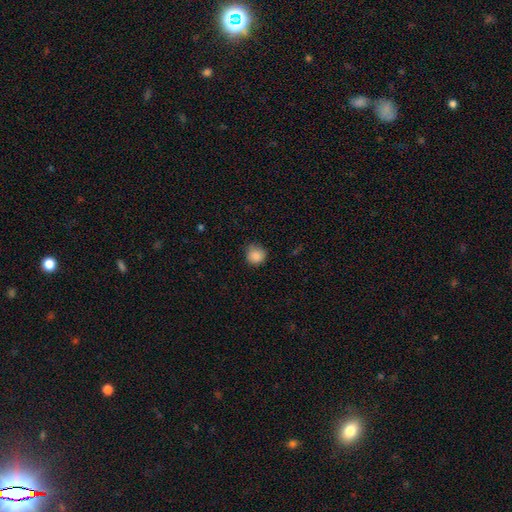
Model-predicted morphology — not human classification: A smooth galaxy with no disk features (87%) that is round (89%). Merging: none (72%).